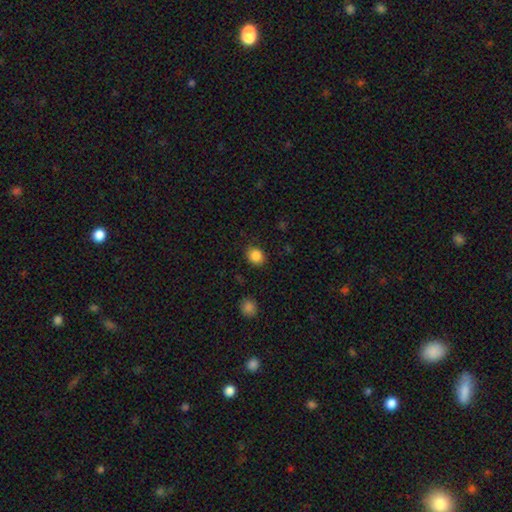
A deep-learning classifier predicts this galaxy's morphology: Smooth or featured? smooth (86%)
How rounded? round (69%)
Merging? none (85%)